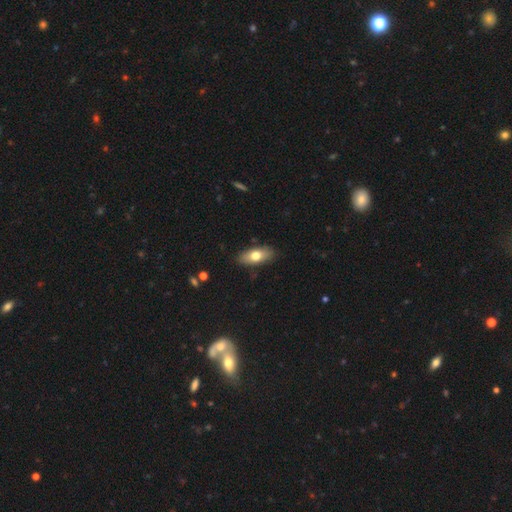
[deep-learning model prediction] Smooth or featured: smooth — 70% (featured or disk — 23%)
How rounded: in between — 82% (cigar-shaped — 14%)
Merging: none — 86% (minor disturbance — 11%)